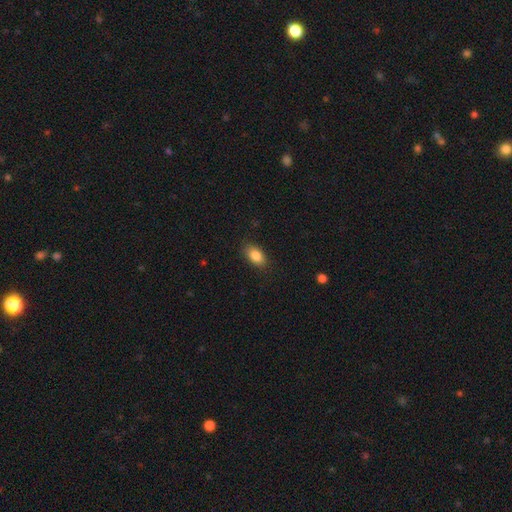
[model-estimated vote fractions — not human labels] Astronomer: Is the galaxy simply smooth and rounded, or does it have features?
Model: smooth — 86%.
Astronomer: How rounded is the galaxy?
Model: in between — 89%.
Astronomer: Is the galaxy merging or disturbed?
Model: none — 86%.